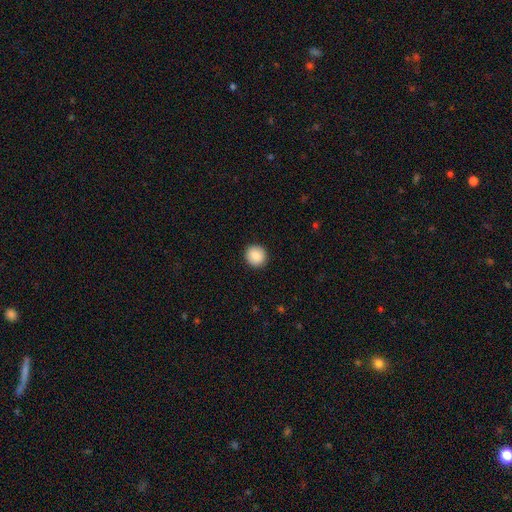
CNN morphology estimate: type=smooth (87%); roundness=round (91%); merging=none (92%).